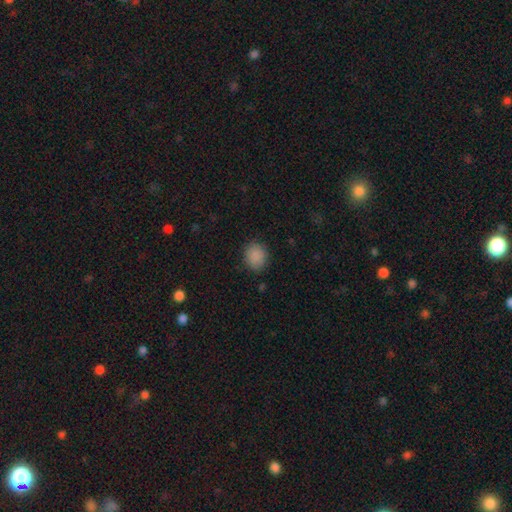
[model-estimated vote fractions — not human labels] This is clearly a smooth galaxy (88%). How rounded: likely round (66%). Merging: clearly none (86%).